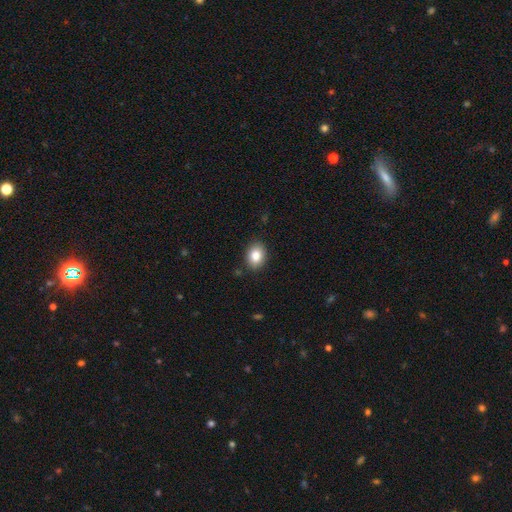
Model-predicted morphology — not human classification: Smooth or featured: smooth — 85% (star or artifact — 8%)
How rounded: in between — 64% (round — 35%)
Merging: none — 87% (minor disturbance — 10%)